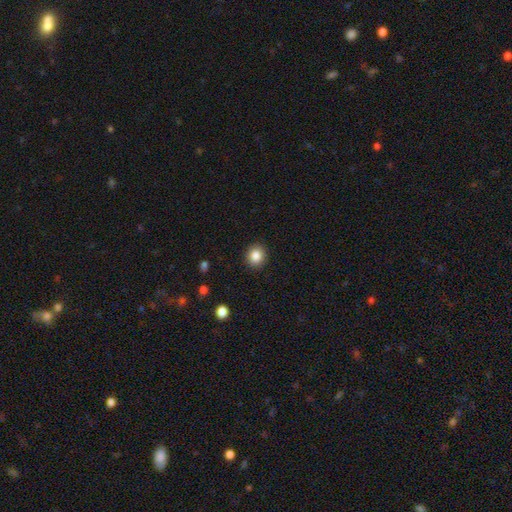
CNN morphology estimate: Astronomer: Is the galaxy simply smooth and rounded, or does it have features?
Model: smooth — 85%.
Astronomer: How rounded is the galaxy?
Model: round — 79%.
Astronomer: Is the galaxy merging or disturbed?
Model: none — 91%.